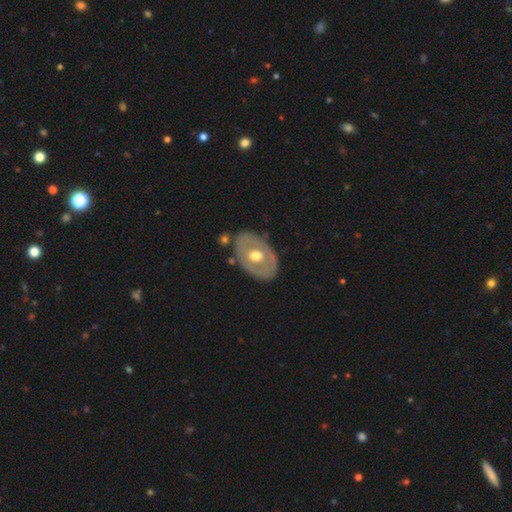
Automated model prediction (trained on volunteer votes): Smooth or featured?
  - featured or disk: 58% *
  - smooth: 37%
  - star or artifact: 4%
Edge-on disk?
  - no: 90% *
  - yes: 10%
Bar?
  - no: 87% *
  - weak: 10%
  - strong: 3%
Spiral arms?
  - no: 89% *
  - yes: 11%
Bulge size?
  - moderate: 77% *
  - large: 16%
  - small: 5%
  - dominant: 1%
  - none: 1%
Merging?
  - none: 78% *
  - minor disturbance: 14%
  - major disturbance: 4%
  - merger: 4%